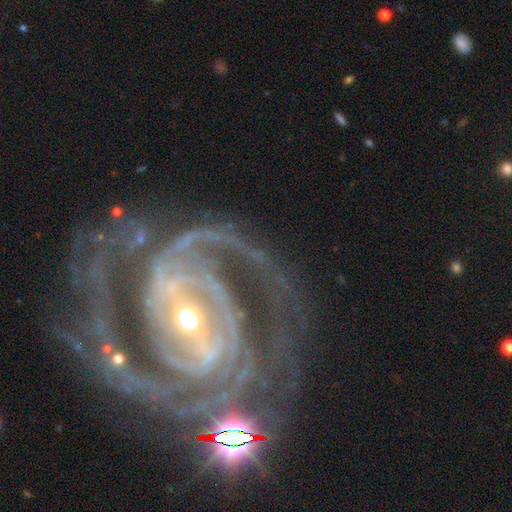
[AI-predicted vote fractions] Q: Smooth or featured?
A: featured or disk (92%); runner-up: star or artifact (5%)
Q: Edge-on disk?
A: no (98%); runner-up: yes (2%)
Q: Bar?
A: strong (51%); runner-up: weak (31%)
Q: Spiral arms?
A: yes (98%); runner-up: no (2%)
Q: Spiral winding?
A: tight (51%); runner-up: medium (39%)
Q: Spiral arm count?
A: 2 (42%); runner-up: 3 (21%)
Q: Bulge size?
A: small (51%); runner-up: moderate (45%)
Q: Merging?
A: none (60%); runner-up: minor disturbance (17%)